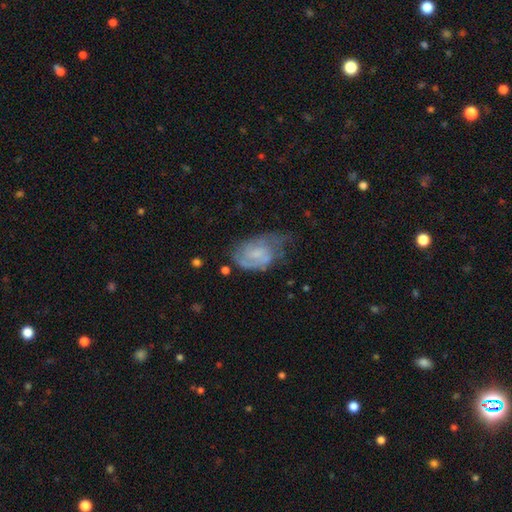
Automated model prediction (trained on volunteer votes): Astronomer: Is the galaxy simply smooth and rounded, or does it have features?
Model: featured or disk — 64%.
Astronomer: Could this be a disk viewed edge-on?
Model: no — 97%.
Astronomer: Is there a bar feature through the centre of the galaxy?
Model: no — 54% (runner-up: weak, 40%).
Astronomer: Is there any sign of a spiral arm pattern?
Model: yes — 84%.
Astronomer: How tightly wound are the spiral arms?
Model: tight — 41%, tied with medium at 41%.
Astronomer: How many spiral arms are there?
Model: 2 — 48% (runner-up: can't tell, 28%).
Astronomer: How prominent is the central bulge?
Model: small — 39% (runner-up: none, 32%).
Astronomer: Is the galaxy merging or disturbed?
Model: none — 38% (runner-up: minor disturbance, 33%).